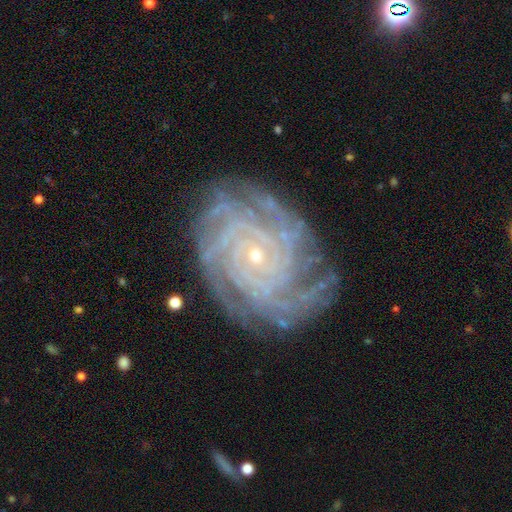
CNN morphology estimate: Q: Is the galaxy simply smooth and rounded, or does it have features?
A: featured or disk — 90%.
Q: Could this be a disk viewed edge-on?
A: no — 97%.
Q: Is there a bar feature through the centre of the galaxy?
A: no — 74%.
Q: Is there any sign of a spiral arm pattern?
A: yes — 98%.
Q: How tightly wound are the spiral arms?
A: tight — 83%.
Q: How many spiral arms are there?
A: more than 4 — 30%.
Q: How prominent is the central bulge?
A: small — 84%.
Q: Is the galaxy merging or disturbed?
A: none — 80%.